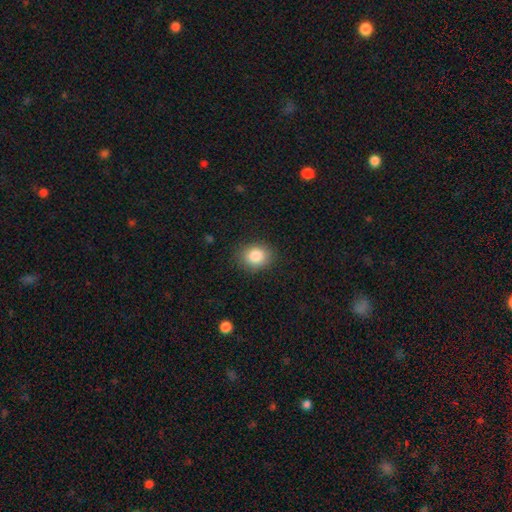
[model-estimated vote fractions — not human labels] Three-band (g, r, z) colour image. It shows a smooth galaxy with no disk features (85%) that is round (59%). Merging: none (86%).